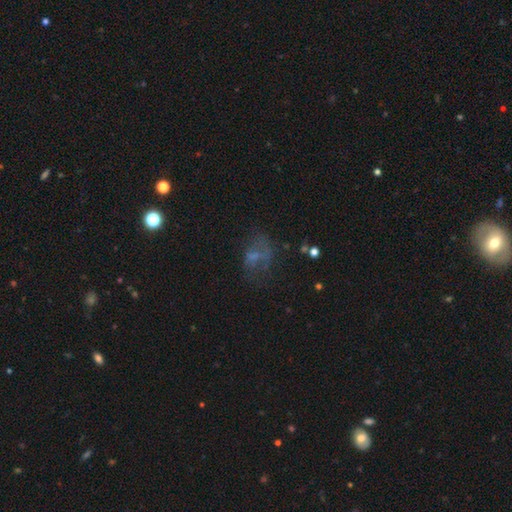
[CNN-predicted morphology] type=featured or disk (39%, tied with smooth); merging=none (39%).